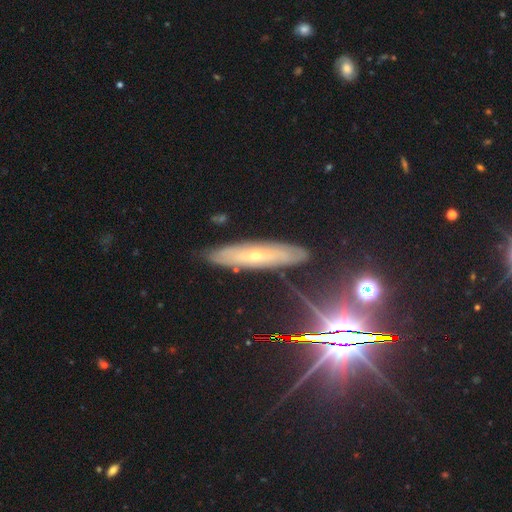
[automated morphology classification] A featured or disk galaxy (59%) viewed edge-on (52%). Merging: none (84%).